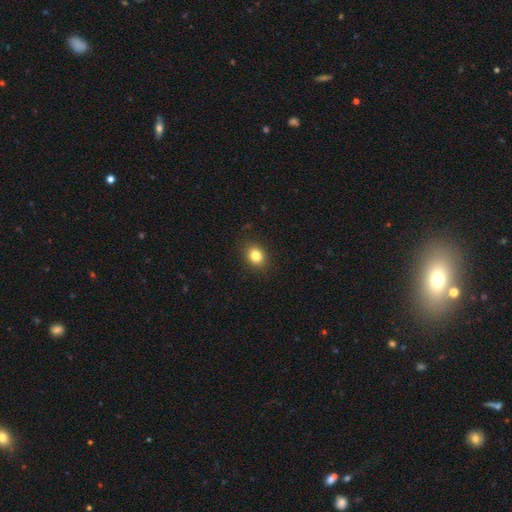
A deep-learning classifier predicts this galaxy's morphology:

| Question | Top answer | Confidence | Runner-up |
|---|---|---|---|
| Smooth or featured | smooth | 83% | star or artifact (11%) |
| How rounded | round | 53% | in between (46%) |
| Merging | none | 89% | minor disturbance (8%) |